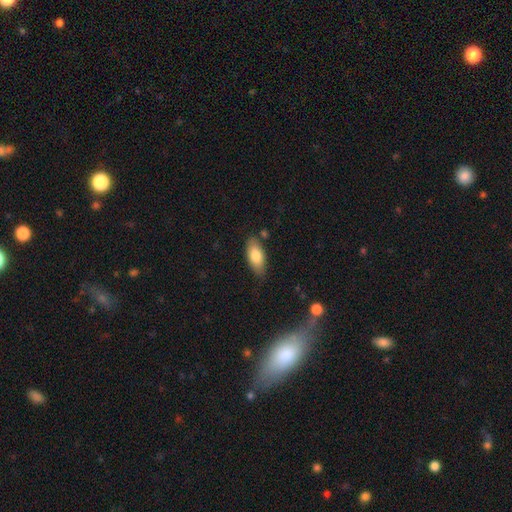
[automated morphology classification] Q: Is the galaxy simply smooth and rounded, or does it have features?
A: smooth — 80%.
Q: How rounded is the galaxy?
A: in between — 86%.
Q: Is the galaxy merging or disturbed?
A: none — 78%.